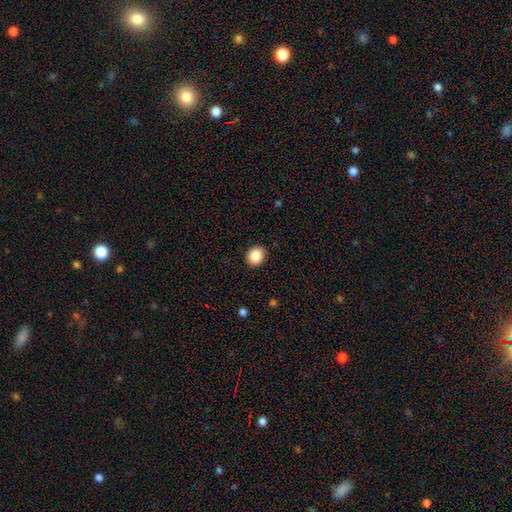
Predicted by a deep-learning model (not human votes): Smooth or featured: smooth — 88% (star or artifact — 9%)
How rounded: round — 62% (in between — 37%)
Merging: none — 90% (minor disturbance — 7%)